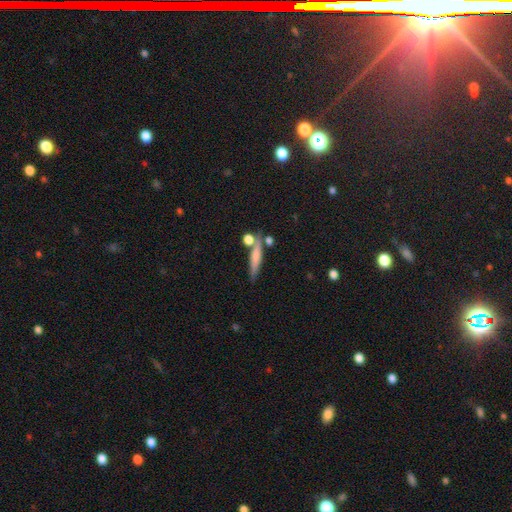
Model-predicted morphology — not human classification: The model was most divided on "smooth or featured": smooth: 64%, featured or disk: 28%, star or artifact: 8%. More confident: how rounded — cigar-shaped (79%); merging — none (64%).